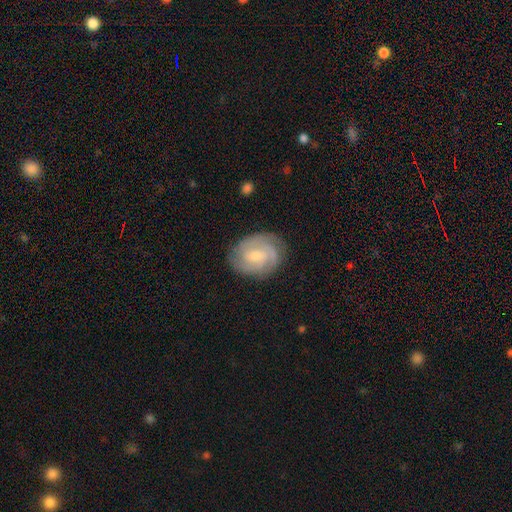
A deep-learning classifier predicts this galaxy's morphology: Smooth or featured: featured or disk — 79% (smooth — 16%)
Edge-on disk: no — 98% (yes — 2%)
Bar: no — 49% (weak — 44%)
Spiral arms: yes — 96% (no — 4%)
Spiral winding: tight — 57% (medium — 36%)
Spiral arm count: 3 — 34% (2 — 32%)
Bulge size: small — 56% (moderate — 40%)
Merging: none — 80% (minor disturbance — 15%)